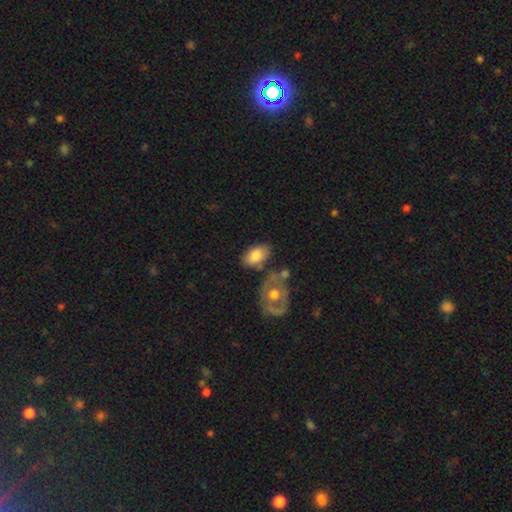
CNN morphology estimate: type=smooth (76%); roundness=in between (90%); merging=none (59%).